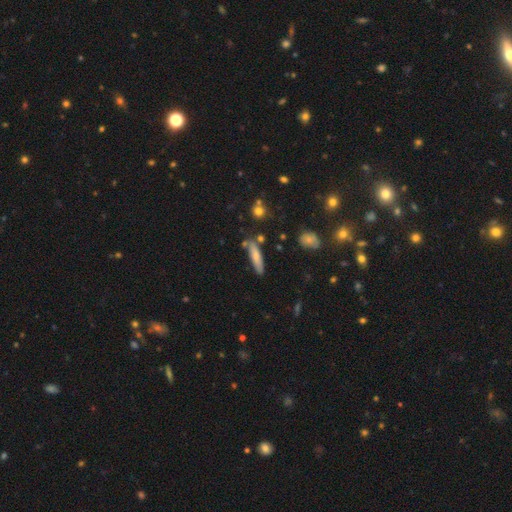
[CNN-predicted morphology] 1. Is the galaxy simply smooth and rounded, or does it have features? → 67% smooth, 26% featured or disk, 7% star or artifact.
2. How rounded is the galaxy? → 80% cigar-shaped, 18% in between, 2% round.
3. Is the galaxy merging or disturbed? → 70% none, 19% minor disturbance, 7% merger, 4% major disturbance.